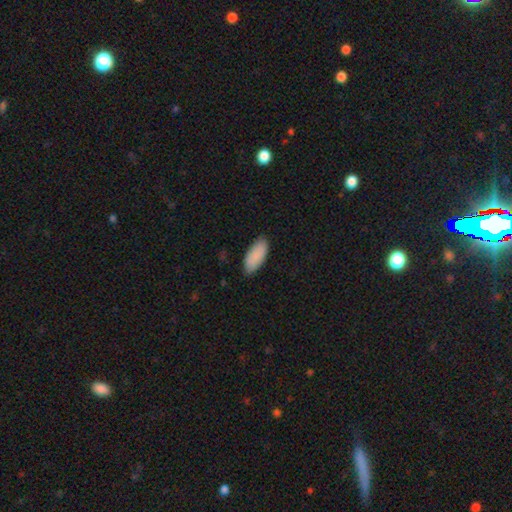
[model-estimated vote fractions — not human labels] Smooth or featured?
  - smooth: 88% *
  - featured or disk: 6%
  - star or artifact: 6%
How rounded?
  - in between: 88% *
  - cigar-shaped: 10%
  - round: 2%
Merging?
  - none: 83% *
  - minor disturbance: 14%
  - major disturbance: 2%
  - merger: 1%